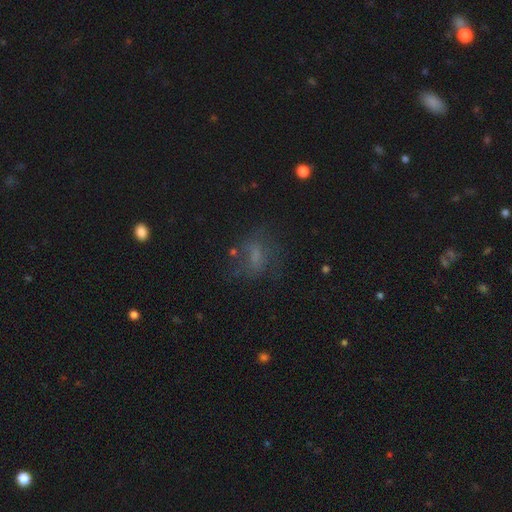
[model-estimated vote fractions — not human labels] Q: Smooth or featured?
A: smooth (49%); runner-up: featured or disk (29%)
Q: Merging?
A: none (55%); runner-up: major disturbance (21%)